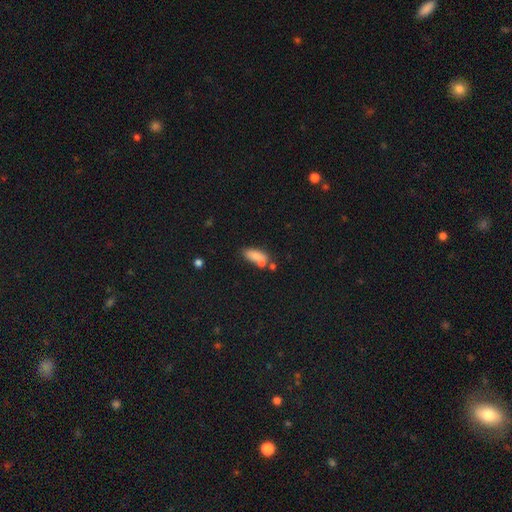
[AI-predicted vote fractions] This appears to be a smooth galaxy with no disk features (78%) that is in between round and cigar-shaped (81%). Merging: none (47%).